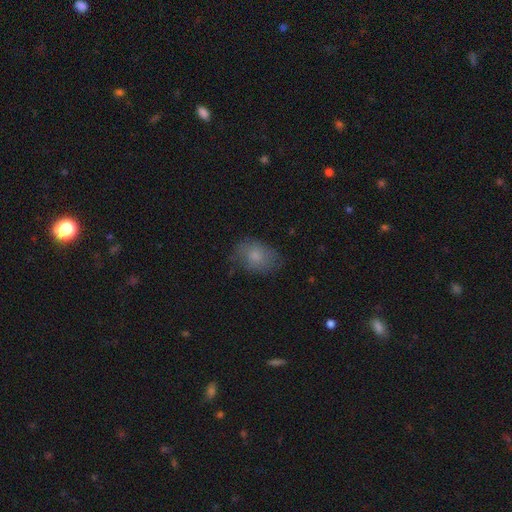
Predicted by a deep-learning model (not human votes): smooth-or-featured: smooth: 76% | featured or disk: 16% | star or artifact: 8%
  how-rounded: in between: 77% | round: 22% | cigar-shaped: 1%
  merging: none: 65% | minor disturbance: 25% | major disturbance: 8% | merger: 1%